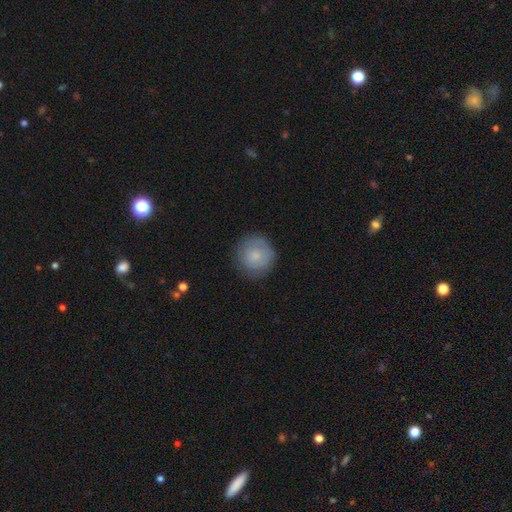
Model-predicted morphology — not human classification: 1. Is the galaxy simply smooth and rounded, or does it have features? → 75% smooth, 18% featured or disk, 7% star or artifact.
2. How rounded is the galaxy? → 93% round, 6% in between, 1% cigar-shaped.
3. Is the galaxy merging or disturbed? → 82% none, 13% minor disturbance, 4% major disturbance, 1% merger.